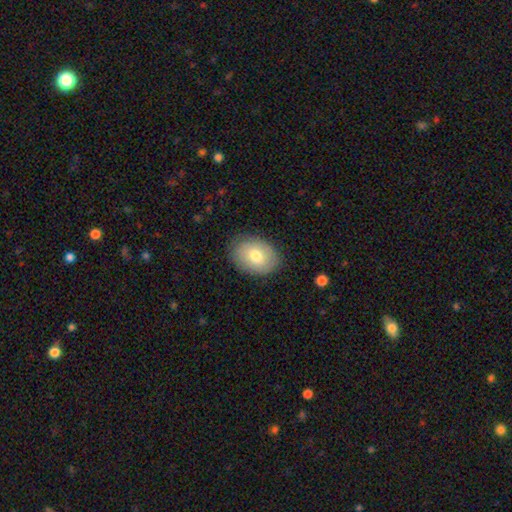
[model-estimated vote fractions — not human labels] Smooth or featured?
  - smooth: 73% *
  - featured or disk: 20%
  - star or artifact: 7%
How rounded?
  - in between: 75% *
  - round: 24%
  - cigar-shaped: 1%
Merging?
  - none: 82% *
  - minor disturbance: 14%
  - major disturbance: 3%
  - merger: 1%